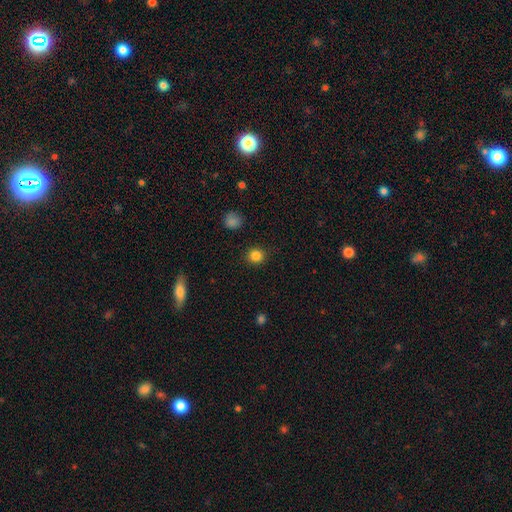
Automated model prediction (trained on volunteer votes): smooth 84%, star or artifact 12%, featured or disk 4%. Down the decision tree: how rounded — round (87%); merging — none (91%).